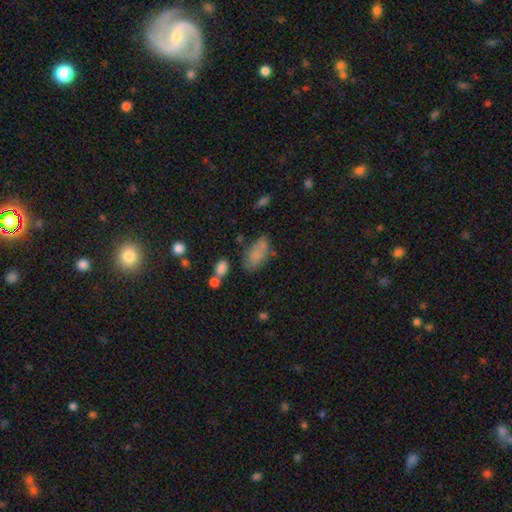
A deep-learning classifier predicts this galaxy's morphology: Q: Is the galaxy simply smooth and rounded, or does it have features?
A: smooth — 77%.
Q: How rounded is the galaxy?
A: in between — 91%.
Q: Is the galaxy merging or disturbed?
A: none — 56%.